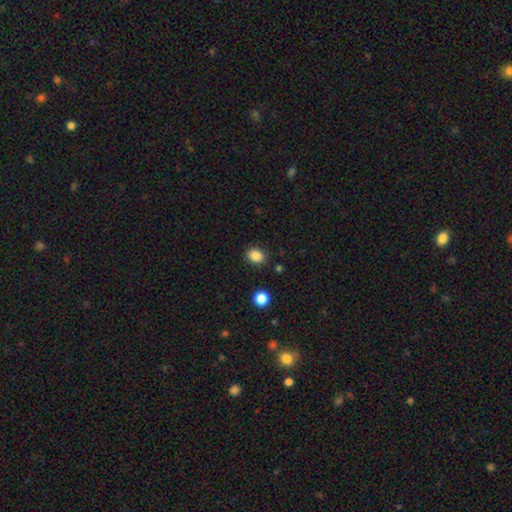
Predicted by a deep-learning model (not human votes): Morphology: type=smooth (86%); roundness=in between (52%); merging=none (87%).